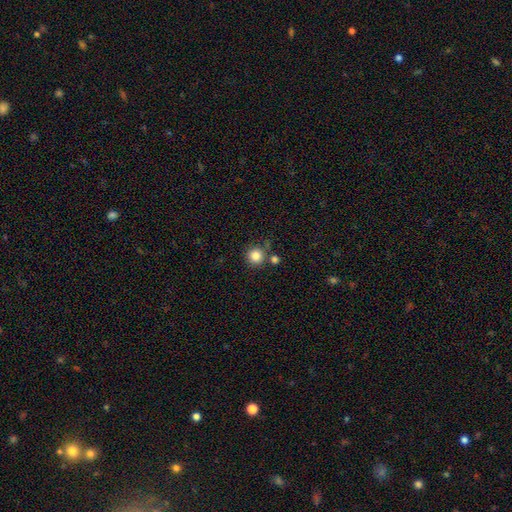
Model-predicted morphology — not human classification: A smooth galaxy with no disk features (84%) that is round (94%). Merging: none (75%).